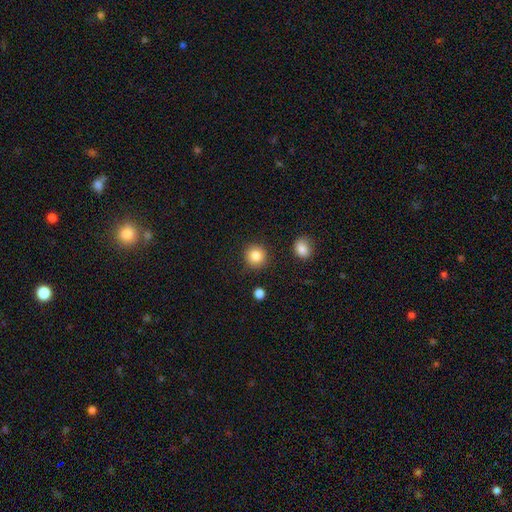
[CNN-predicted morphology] Q: Smooth or featured?
A: smooth (85%); runner-up: star or artifact (9%)
Q: How rounded?
A: round (93%); runner-up: in between (6%)
Q: Merging?
A: none (89%); runner-up: minor disturbance (6%)